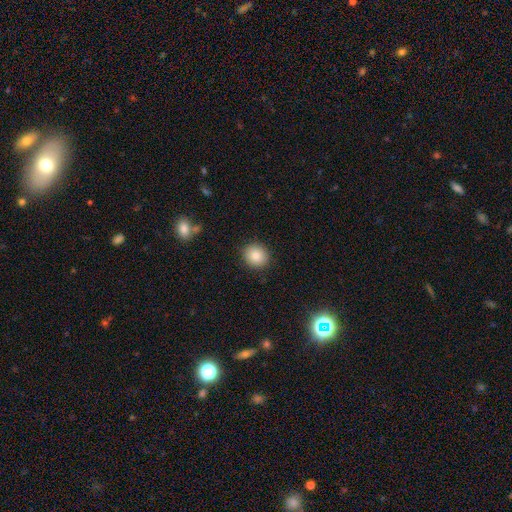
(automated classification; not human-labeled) A smooth galaxy with no disk features (85%) that is round (82%).

Vote fractions:
- Smooth or featured? smooth: 85% / star or artifact: 9% / featured or disk: 6%
- How rounded? round: 82% / in between: 17% / cigar-shaped: 1%
- Merging? none: 90% / minor disturbance: 7% / major disturbance: 2% / merger: 1%